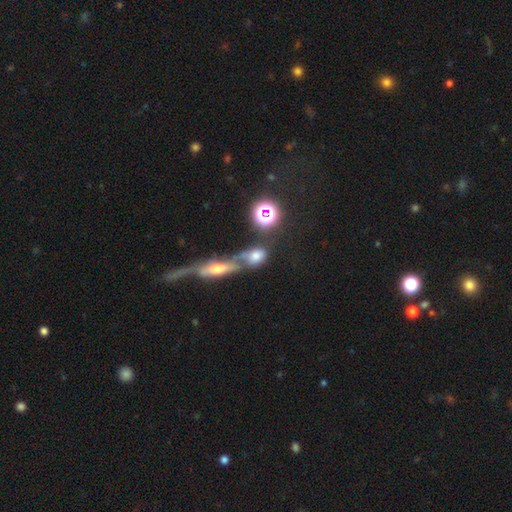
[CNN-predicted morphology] smooth_or_featured: smooth (p=0.61) [alt: star or artifact p=0.20]
how_rounded: in between (p=0.57) [alt: round p=0.35]
merging: merger (p=0.49) [alt: none p=0.33]